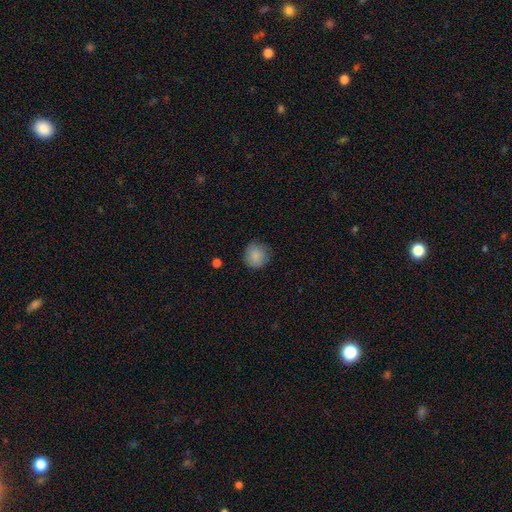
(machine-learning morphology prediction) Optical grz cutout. It shows a smooth galaxy with no disk features (85%) that is round (89%). Merging: none (80%).